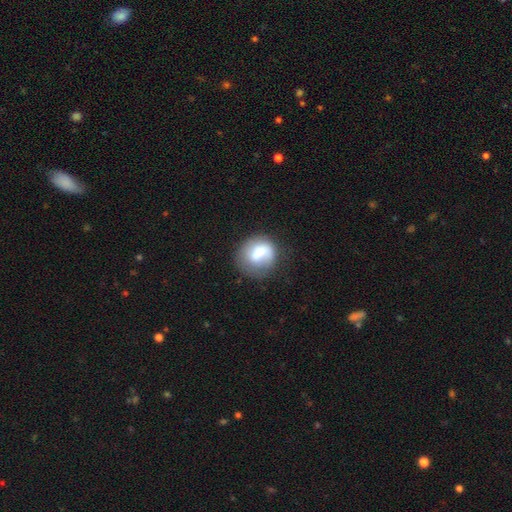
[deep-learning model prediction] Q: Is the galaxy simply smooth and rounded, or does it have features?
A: smooth — 63%.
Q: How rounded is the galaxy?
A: round — 76%.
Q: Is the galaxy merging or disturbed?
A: none — 59%.